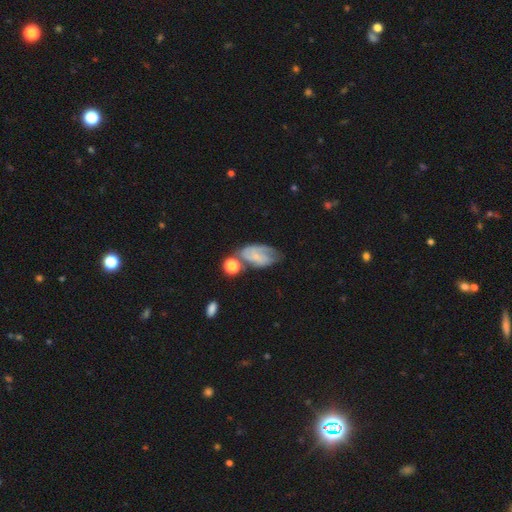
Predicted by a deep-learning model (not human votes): A featured or disk galaxy (57%) with no bar (57%), spiral arms (83%) and a small central bulge (53%).

Vote fractions:
- Smooth or featured? featured or disk: 57% / smooth: 33% / star or artifact: 9%
- Edge-on disk? no: 95% / yes: 5%
- Bar? no: 57% / weak: 34% / strong: 9%
- Spiral arms? yes: 83% / no: 17%
- Bulge size? small: 53% / none: 33% / moderate: 11% / large: 2% / dominant: 1%
- Merging? none: 43% / minor disturbance: 27% / major disturbance: 16% / merger: 15%